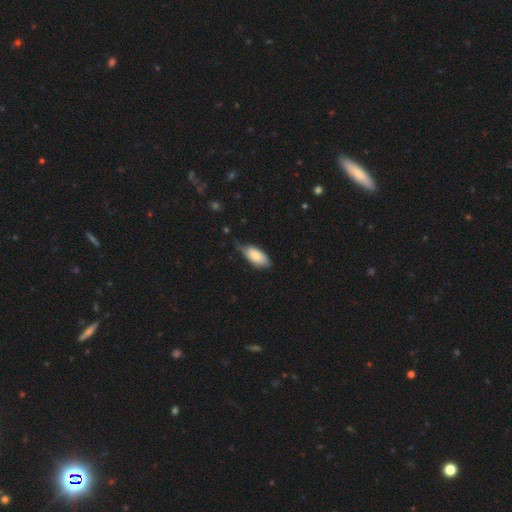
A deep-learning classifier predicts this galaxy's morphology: This appears to be a smooth galaxy with no disk features (77%) that is in between round and cigar-shaped (91%). Merging: none (46%).